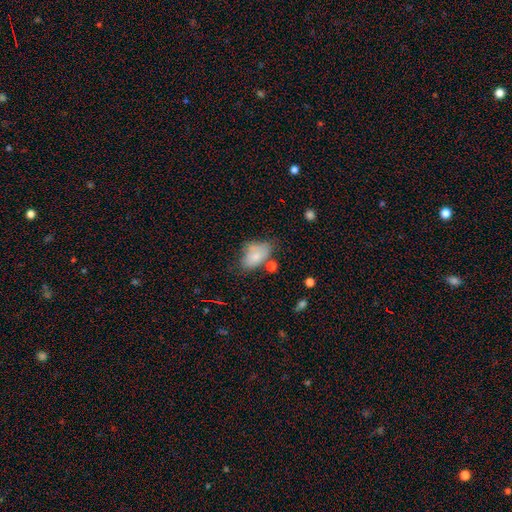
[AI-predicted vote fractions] Morphology: type=smooth (79%); roundness=in between (91%); merging=none (52%).